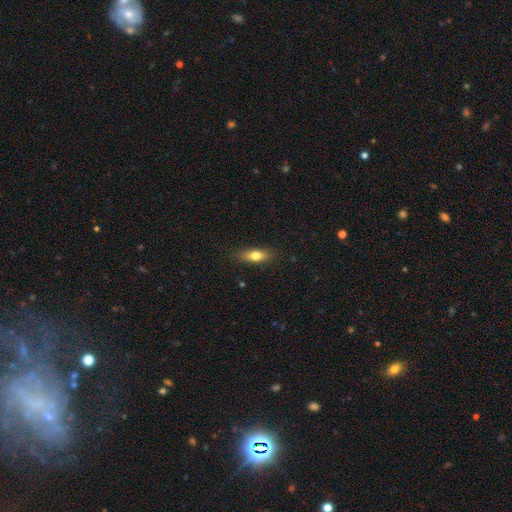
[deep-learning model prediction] The model was most divided on "how rounded": in between: 62%, cigar-shaped: 34%, round: 4%. More confident: merging — none (83%); smooth or featured — smooth (73%).